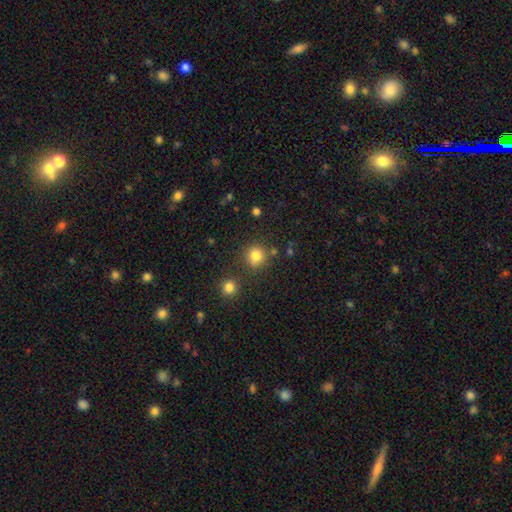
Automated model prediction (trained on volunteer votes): Morphology: type=smooth (82%); roundness=round (90%); merging=none (78%).